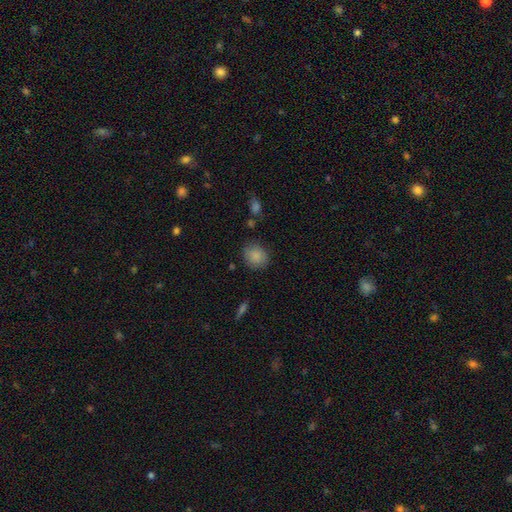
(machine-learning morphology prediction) Overall: smooth (86%). How rounded: round (65%; in between 34%). Merging: none (80%).